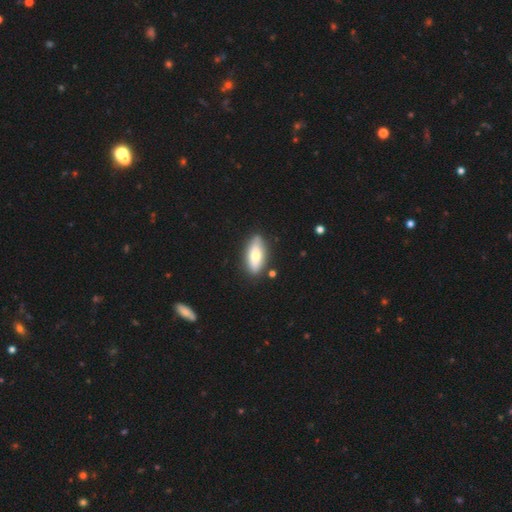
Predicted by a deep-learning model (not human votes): Smooth or featured? Predicted: smooth (p=0.65). How rounded? Predicted: in between (p=0.77). Merging? Predicted: none (p=0.85).